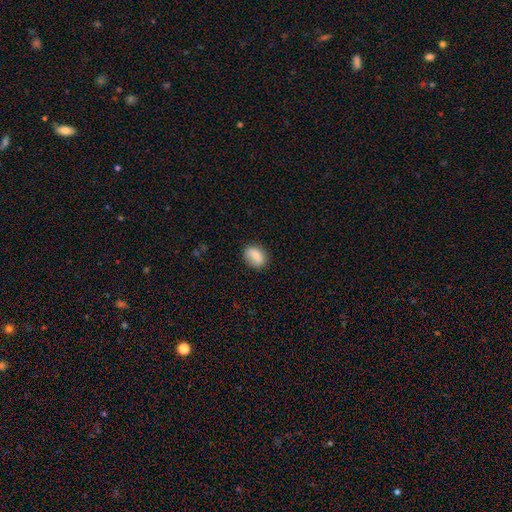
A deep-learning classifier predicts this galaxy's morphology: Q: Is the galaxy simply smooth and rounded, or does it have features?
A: smooth — 84%.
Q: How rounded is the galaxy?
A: in between — 68%.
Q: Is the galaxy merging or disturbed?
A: none — 81%.